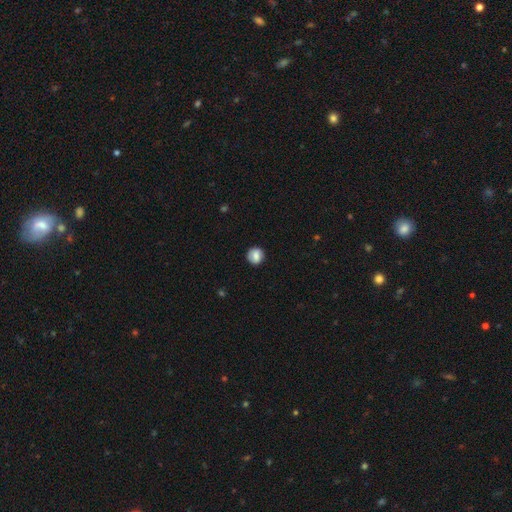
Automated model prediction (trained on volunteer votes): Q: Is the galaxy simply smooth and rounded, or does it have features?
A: smooth — 81%.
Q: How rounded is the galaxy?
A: round — 86%.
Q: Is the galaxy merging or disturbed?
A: none — 86%.